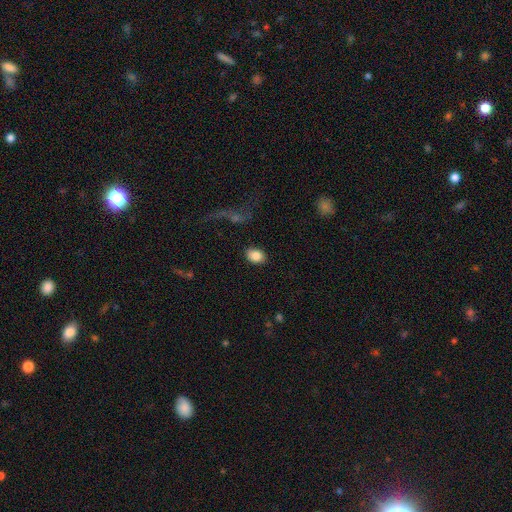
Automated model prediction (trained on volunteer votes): Smooth or featured? smooth (84%)
How rounded? in between (68%)
Merging? none (86%)